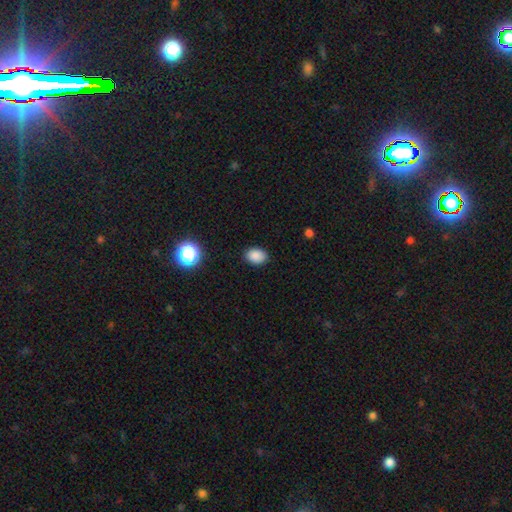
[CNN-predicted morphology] Smooth or featured?
  - smooth: 86% *
  - star or artifact: 10%
  - featured or disk: 3%
How rounded?
  - in between: 76% *
  - round: 23%
  - cigar-shaped: 1%
Merging?
  - none: 88% *
  - minor disturbance: 8%
  - major disturbance: 2%
  - merger: 1%